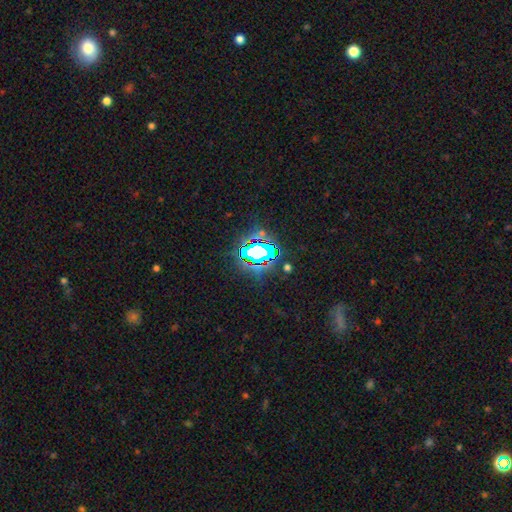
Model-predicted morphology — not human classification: Q: Smooth or featured?
A: star or artifact (67%); runner-up: smooth (20%)